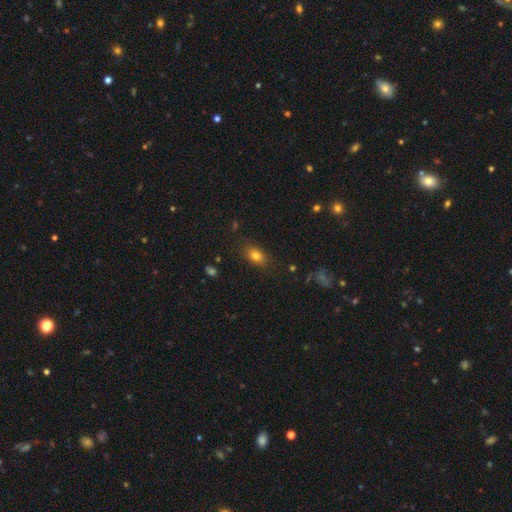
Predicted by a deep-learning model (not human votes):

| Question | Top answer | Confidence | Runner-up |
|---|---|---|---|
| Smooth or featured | smooth | 79% | star or artifact (11%) |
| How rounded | in between | 80% | round (16%) |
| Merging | none | 83% | minor disturbance (13%) |